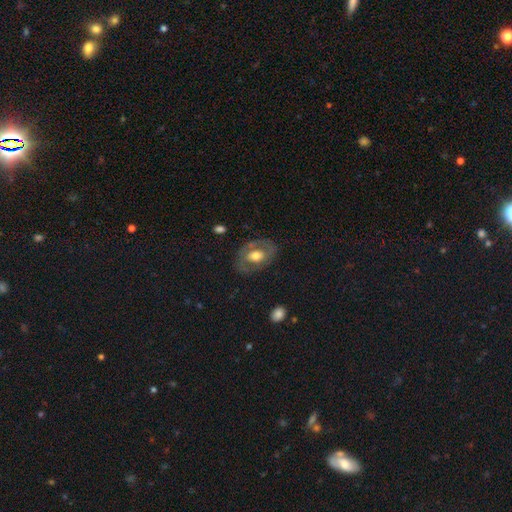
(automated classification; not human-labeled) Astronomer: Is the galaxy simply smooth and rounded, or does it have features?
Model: featured or disk — 51% (runner-up: smooth, 42%).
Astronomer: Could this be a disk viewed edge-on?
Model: no — 92%.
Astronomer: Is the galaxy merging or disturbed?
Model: none — 75%.